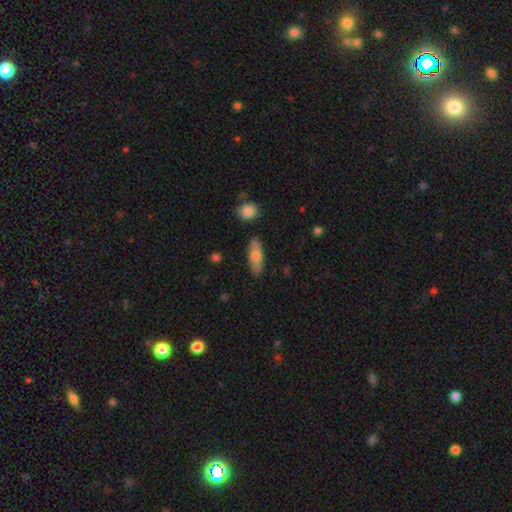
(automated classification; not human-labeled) This is likely a smooth galaxy (70%). How rounded: likely in between (65%). Merging: clearly none (83%).